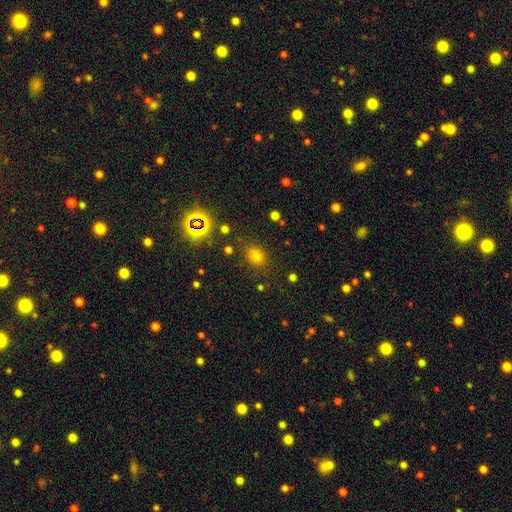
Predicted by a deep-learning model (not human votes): A smooth galaxy with no disk features (70%) that is round (57%).

Vote fractions:
- Smooth or featured? smooth: 70% / star or artifact: 23% / featured or disk: 8%
- How rounded? round: 57% / in between: 42% / cigar-shaped: 1%
- Merging? none: 83% / minor disturbance: 10% / major disturbance: 4% / merger: 3%